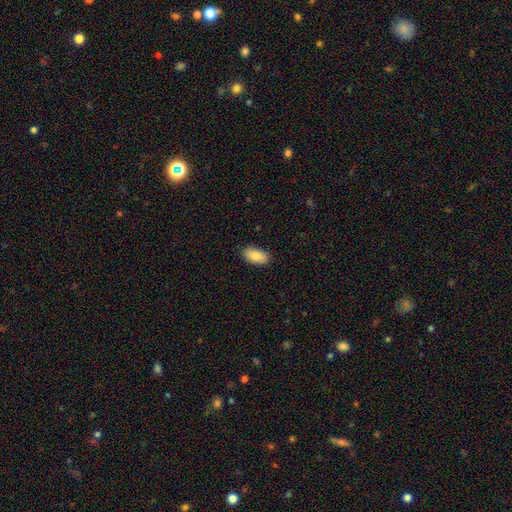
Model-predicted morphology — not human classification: Overall: smooth (80%). How rounded: in between (94%). Merging: none (87%).